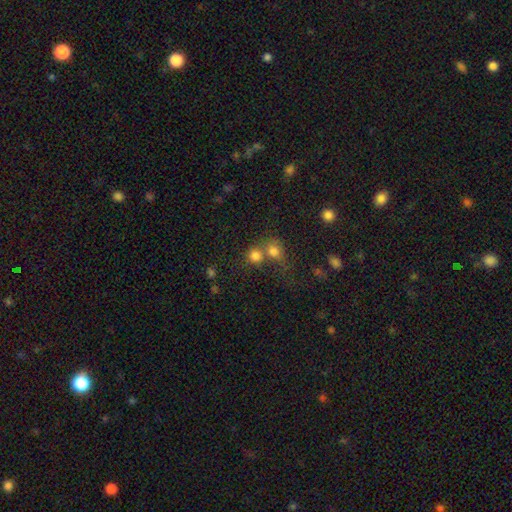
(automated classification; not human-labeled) smooth 78%, star or artifact 14%, featured or disk 8%. Down the decision tree: how rounded — round (83%); merging — merger (49%).